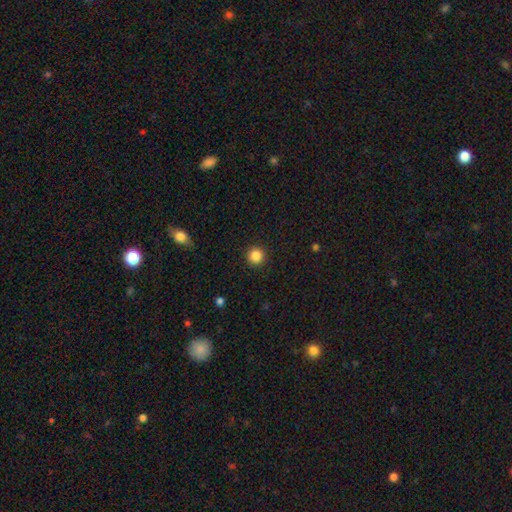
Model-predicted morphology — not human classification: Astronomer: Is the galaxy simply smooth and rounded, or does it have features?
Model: smooth — 86%.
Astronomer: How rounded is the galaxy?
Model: round — 96%.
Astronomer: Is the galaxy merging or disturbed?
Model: none — 93%.